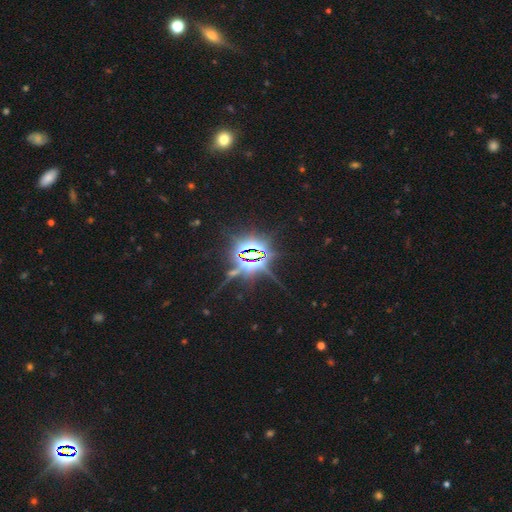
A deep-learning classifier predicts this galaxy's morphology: Q: Smooth or featured?
A: star or artifact (84%); runner-up: featured or disk (8%)